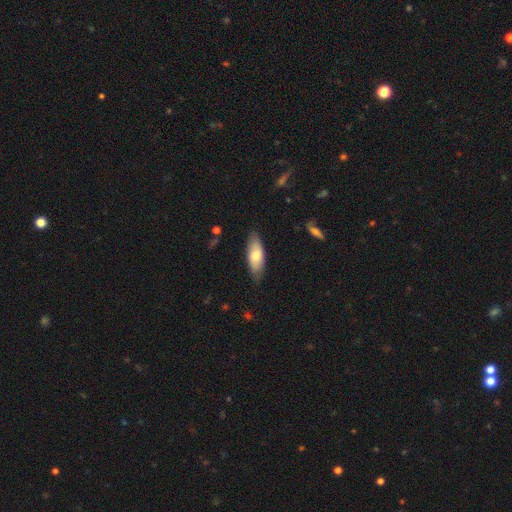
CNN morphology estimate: The model was most divided on "smooth or featured": smooth: 70%, featured or disk: 24%, star or artifact: 6%. More confident: merging — none (81%); how rounded — in between (76%).